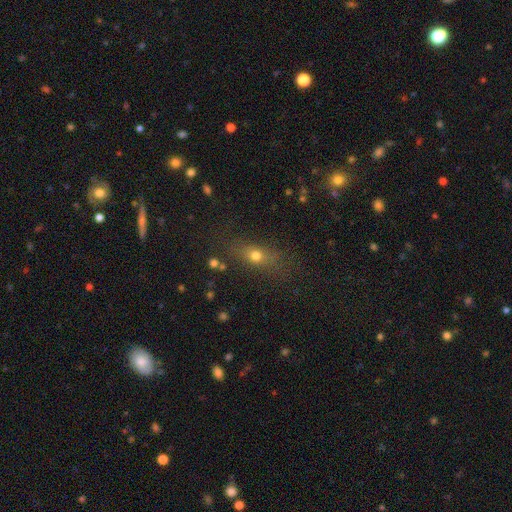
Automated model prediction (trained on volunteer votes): Q: Smooth or featured?
A: smooth (65%); runner-up: featured or disk (19%)
Q: How rounded?
A: in between (52%); runner-up: cigar-shaped (24%)
Q: Merging?
A: none (72%); runner-up: minor disturbance (16%)